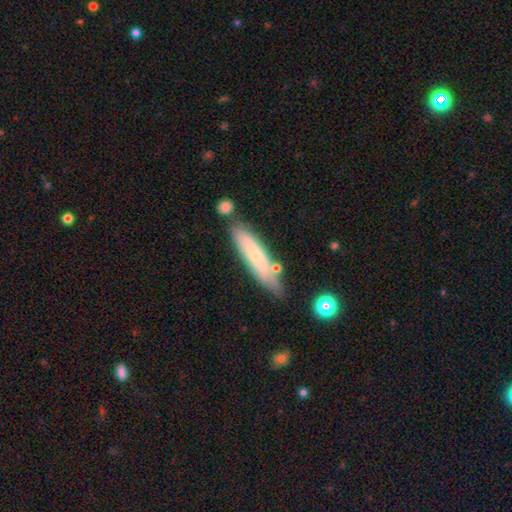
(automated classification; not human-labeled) Smooth or featured? smooth (65%)
How rounded? cigar-shaped (79%)
Merging? none (68%)